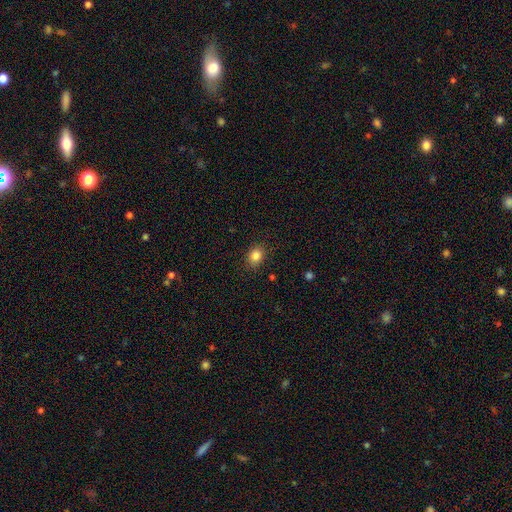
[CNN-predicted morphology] Smooth or featured: smooth — 85% (star or artifact — 10%)
How rounded: in between — 54% (round — 45%)
Merging: none — 87% (minor disturbance — 10%)